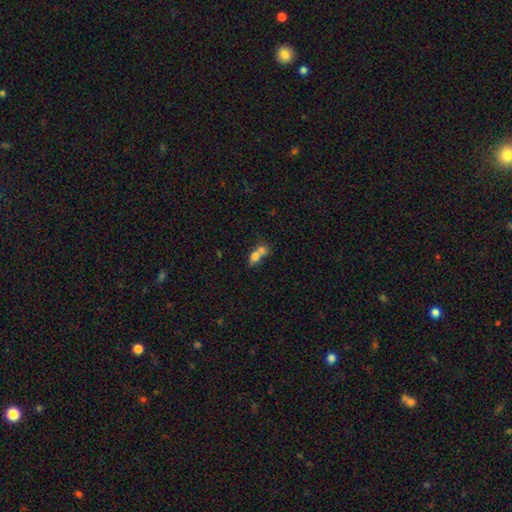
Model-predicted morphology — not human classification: A smooth galaxy with no disk features (71%) that is in between round and cigar-shaped (61%). Merging: merger (71%).